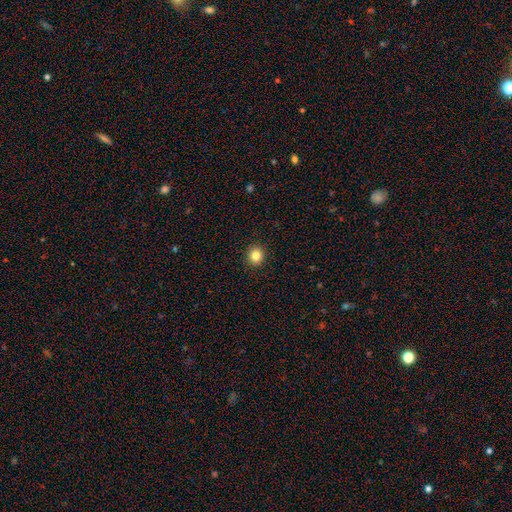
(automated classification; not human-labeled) This is clearly a smooth galaxy (83%). How rounded: clearly round (89%). Merging: clearly none (93%).